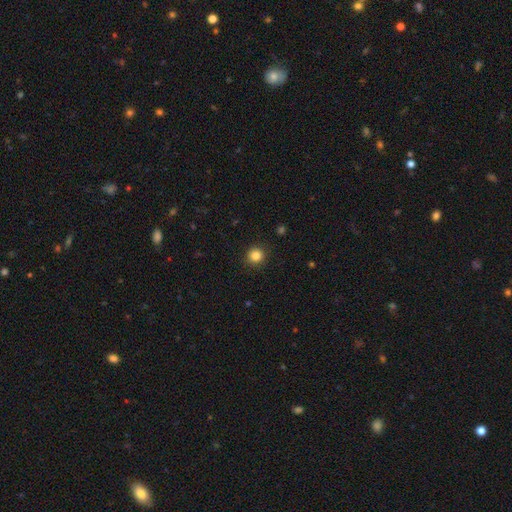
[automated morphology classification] smooth_or_featured: smooth (p=0.84) [alt: star or artifact p=0.12]
how_rounded: round (p=0.93) [alt: in between p=0.06]
merging: none (p=0.92) [alt: minor disturbance p=0.05]